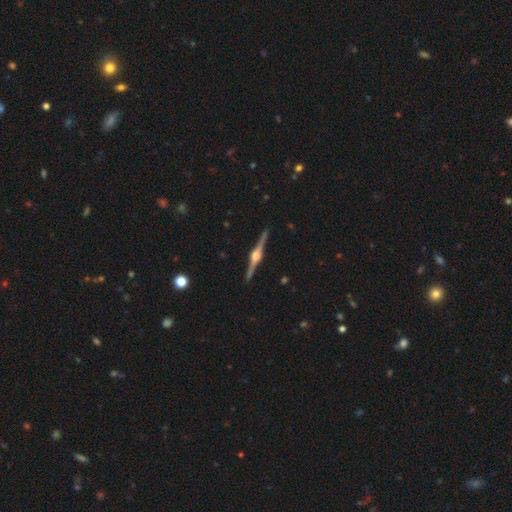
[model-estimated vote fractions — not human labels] smooth_or_featured: featured or disk (p=0.89) [alt: smooth p=0.06]
disk_edge_on: yes (p=0.99) [alt: no p=0.01]
edge_on_bulge: rounded (p=0.92) [alt: boxy p=0.07]
merging: none (p=0.92) [alt: minor disturbance p=0.06]